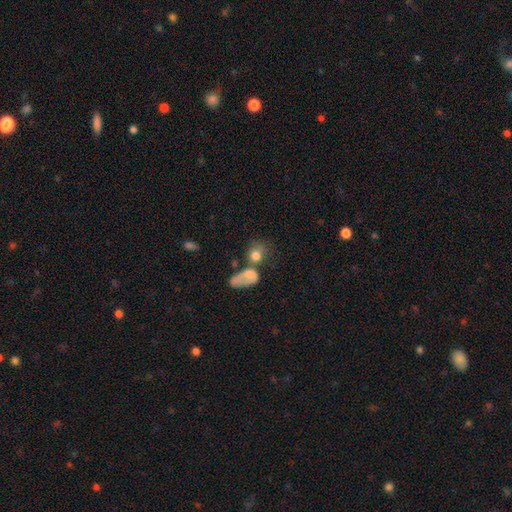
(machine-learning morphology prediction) smooth-or-featured: smooth: 72% | featured or disk: 17% | star or artifact: 10%
  how-rounded: round: 50% | in between: 48% | cigar-shaped: 2%
  merging: merger: 40% | none: 28% | major disturbance: 17% | minor disturbance: 15%